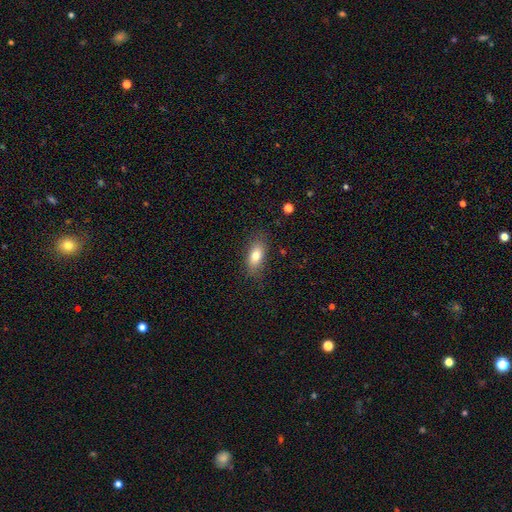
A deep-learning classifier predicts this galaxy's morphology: smooth 79%, featured or disk 13%, star or artifact 8%. Down the decision tree: how rounded — in between (84%); merging — none (81%).